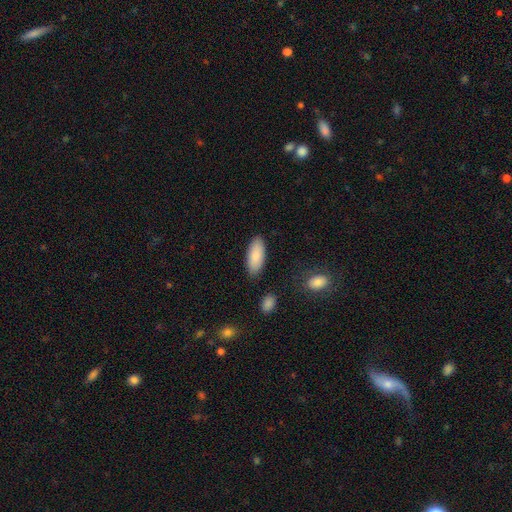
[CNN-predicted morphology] Smooth or featured?
  - smooth: 85% *
  - featured or disk: 9%
  - star or artifact: 6%
How rounded?
  - in between: 84% *
  - cigar-shaped: 14%
  - round: 2%
Merging?
  - none: 84% *
  - minor disturbance: 11%
  - major disturbance: 3%
  - merger: 2%